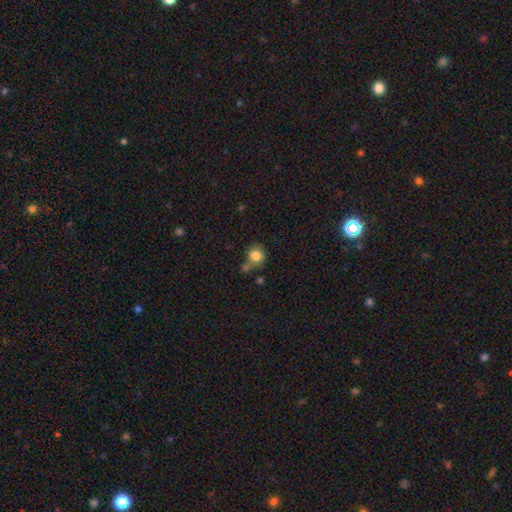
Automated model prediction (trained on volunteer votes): Overall: smooth (81%). How rounded: round (78%). Merging: none (46%; merger 24%).